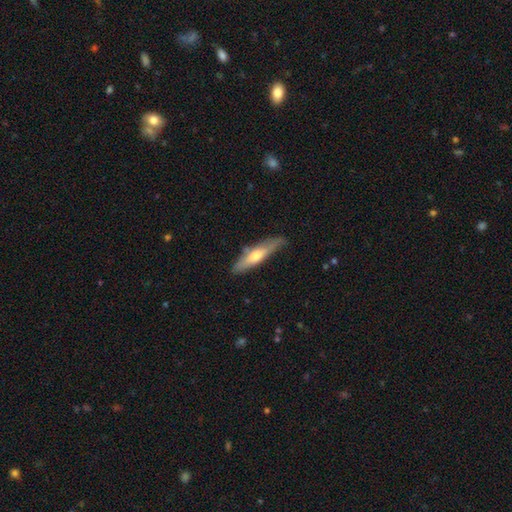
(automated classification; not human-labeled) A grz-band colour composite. It shows a smooth galaxy with no disk features (52%) that is cigar-shaped (79%). Merging: none (76%).